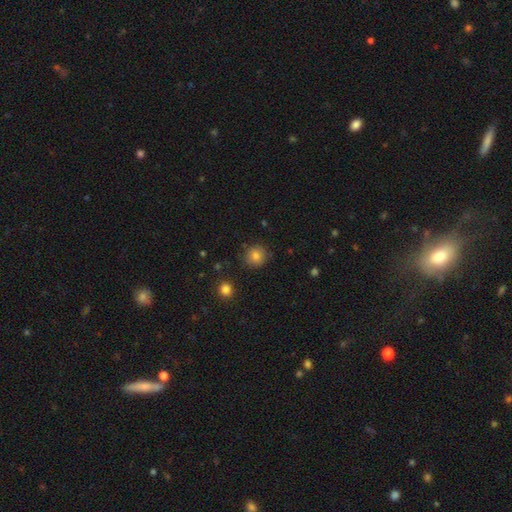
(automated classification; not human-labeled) Smooth or featured?
  - smooth: 81% *
  - star or artifact: 11%
  - featured or disk: 7%
How rounded?
  - round: 91% *
  - in between: 8%
  - cigar-shaped: 1%
Merging?
  - none: 86% *
  - minor disturbance: 9%
  - major disturbance: 3%
  - merger: 2%